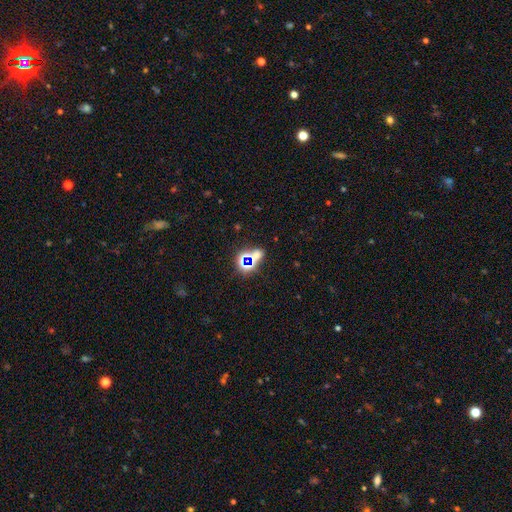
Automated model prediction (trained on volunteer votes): Smooth or featured: star or artifact — 60% (smooth — 30%)